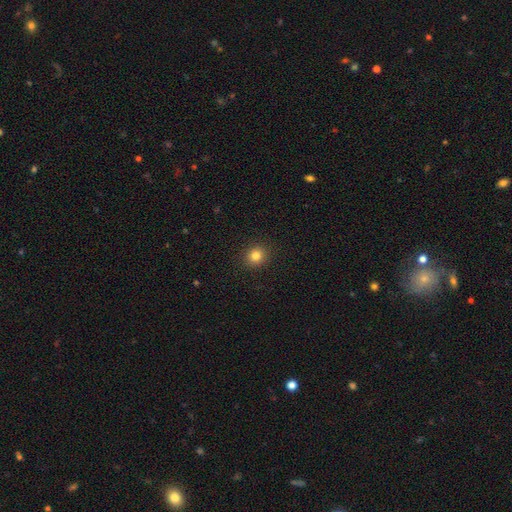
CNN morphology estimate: smooth 82%, star or artifact 12%, featured or disk 6%. Down the decision tree: how rounded — round (83%); merging — none (91%).